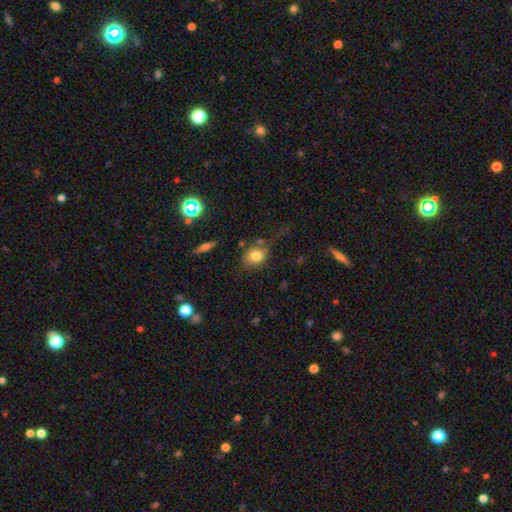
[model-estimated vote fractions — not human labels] Smooth or featured?
  - smooth: 79% *
  - featured or disk: 12%
  - star or artifact: 10%
How rounded?
  - round: 51% *
  - in between: 47%
  - cigar-shaped: 2%
Merging?
  - none: 55% *
  - minor disturbance: 23%
  - major disturbance: 15%
  - merger: 7%